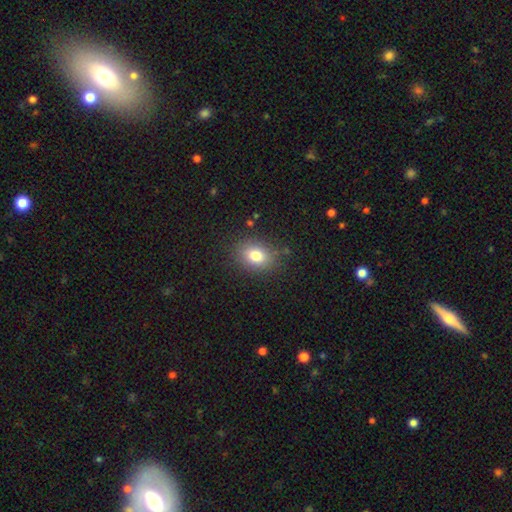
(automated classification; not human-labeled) Overall: smooth (79%). How rounded: in between (57%; round 41%). Merging: none (84%).